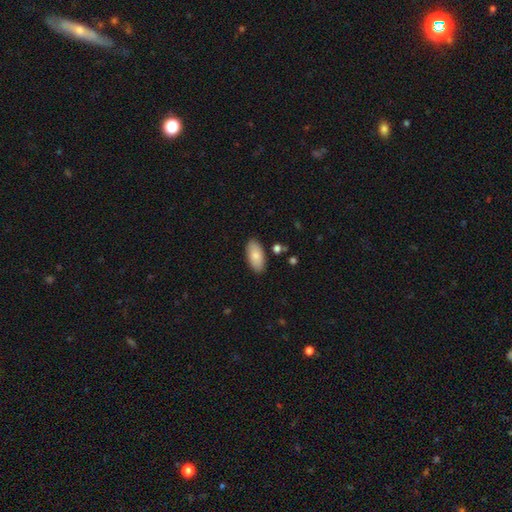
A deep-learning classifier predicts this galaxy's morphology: Q: Smooth or featured?
A: smooth (82%); runner-up: featured or disk (11%)
Q: How rounded?
A: in between (93%); runner-up: cigar-shaped (5%)
Q: Merging?
A: none (86%); runner-up: minor disturbance (10%)